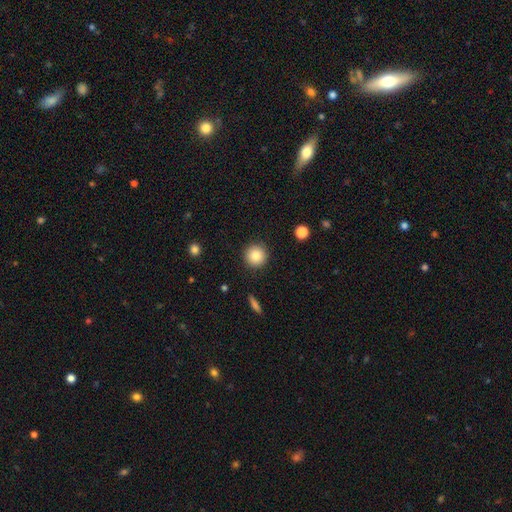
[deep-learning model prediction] Smooth or featured? Predicted: smooth (p=0.86). How rounded? Predicted: round (p=0.95). Merging? Predicted: none (p=0.91).